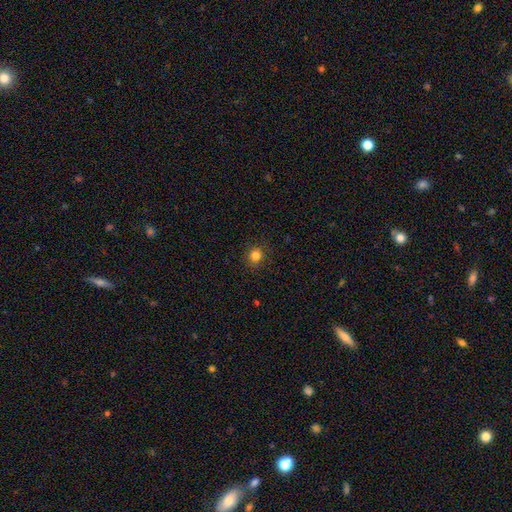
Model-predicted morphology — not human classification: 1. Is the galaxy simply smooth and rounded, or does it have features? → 82% smooth, 13% star or artifact, 5% featured or disk.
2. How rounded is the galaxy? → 88% round, 11% in between, 1% cigar-shaped.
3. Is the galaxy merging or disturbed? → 90% none, 7% minor disturbance, 2% major disturbance, 1% merger.